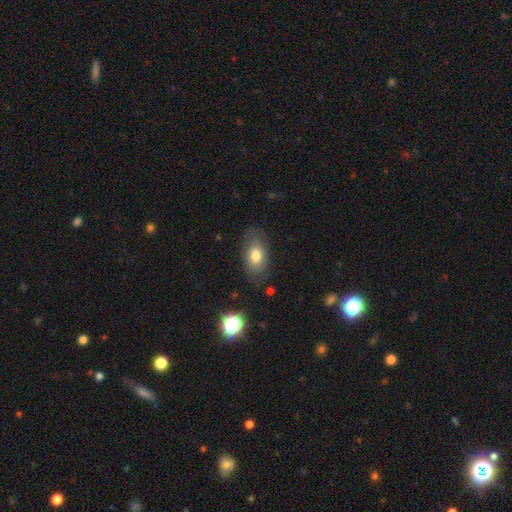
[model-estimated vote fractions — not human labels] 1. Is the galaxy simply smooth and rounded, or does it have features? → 73% smooth, 19% featured or disk, 8% star or artifact.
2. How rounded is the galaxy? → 89% in between, 9% round, 2% cigar-shaped.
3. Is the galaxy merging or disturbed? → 73% none, 18% minor disturbance, 7% major disturbance, 2% merger.